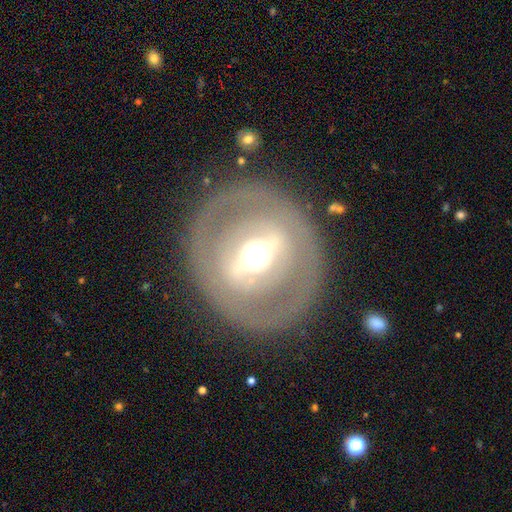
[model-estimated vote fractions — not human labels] Smooth or featured: featured or disk — 71% (smooth — 22%)
Edge-on disk: no — 89% (yes — 11%)
Bar: strong — 62% (weak — 24%)
Spiral arms: no — 77% (yes — 23%)
Bulge size: moderate — 62% (large — 24%)
Merging: none — 83% (minor disturbance — 10%)